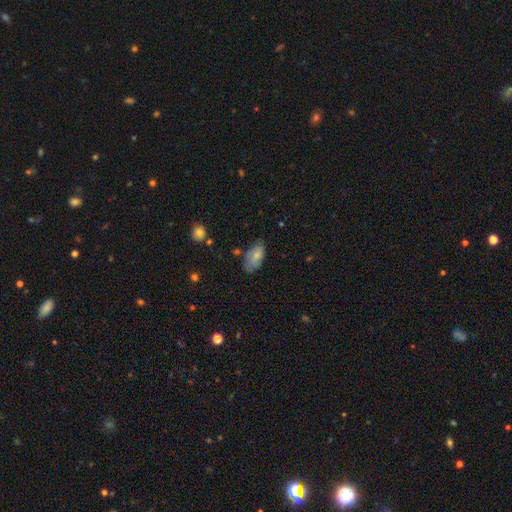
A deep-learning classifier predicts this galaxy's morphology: smooth_or_featured: smooth (p=0.78) [alt: featured or disk p=0.16]
how_rounded: in between (p=0.93) [alt: cigar-shaped p=0.04]
merging: none (p=0.63) [alt: minor disturbance p=0.28]